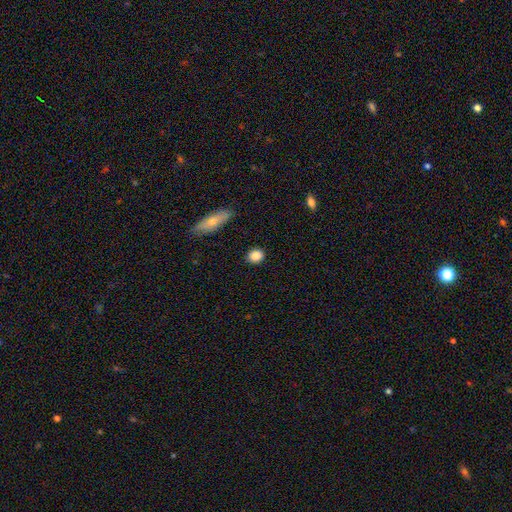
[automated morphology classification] This is clearly a smooth galaxy (86%). How rounded: likely round (65%). Merging: clearly none (89%).